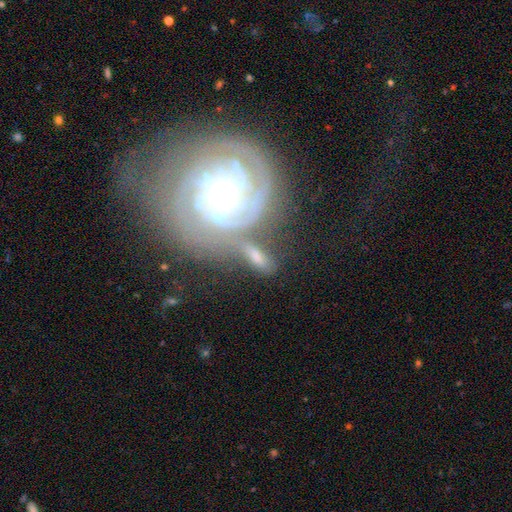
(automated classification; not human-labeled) A featured or disk galaxy (45%).

Vote fractions:
- Smooth or featured? featured or disk: 45% / smooth: 43% / star or artifact: 12%
- Merging? none: 44% / merger: 26% / minor disturbance: 18% / major disturbance: 12%